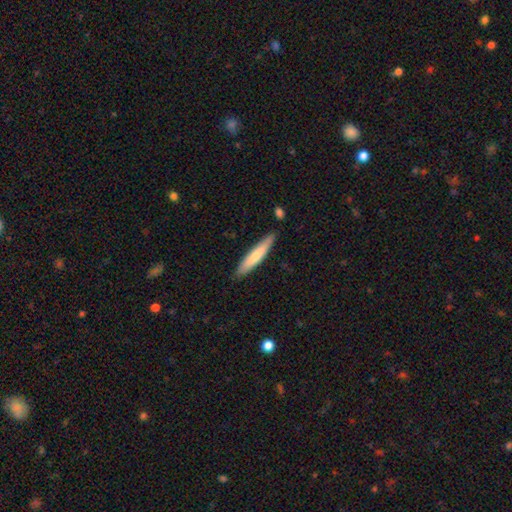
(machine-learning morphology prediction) Q: Smooth or featured?
A: smooth (69%); runner-up: featured or disk (26%)
Q: How rounded?
A: cigar-shaped (89%); runner-up: in between (10%)
Q: Merging?
A: none (86%); runner-up: minor disturbance (10%)